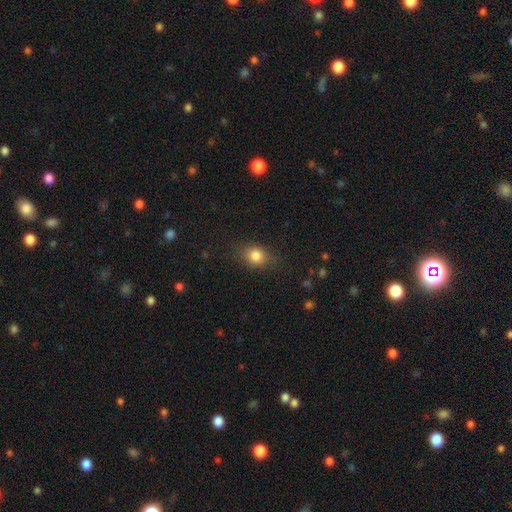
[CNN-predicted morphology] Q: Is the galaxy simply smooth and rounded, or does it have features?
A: smooth — 82%.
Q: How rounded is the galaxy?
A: round — 53%.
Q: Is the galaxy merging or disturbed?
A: none — 77%.